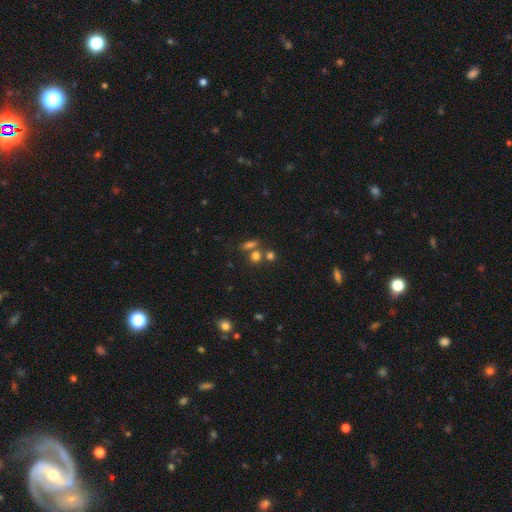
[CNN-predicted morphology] This is likely a smooth galaxy (70%). How rounded: likely round (64%). Merging: possibly none (56%).